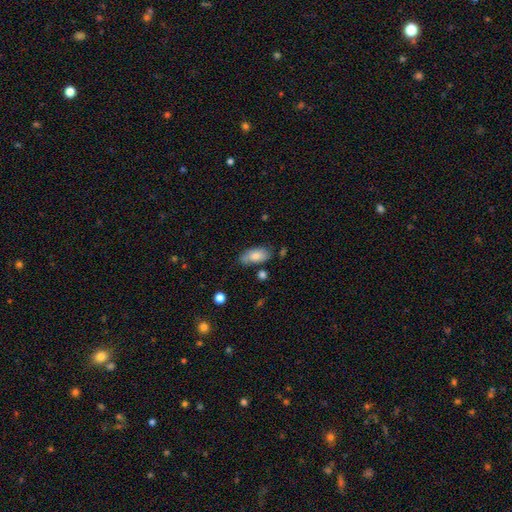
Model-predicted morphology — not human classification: This appears to be a smooth galaxy with no disk features (78%) that is in between round and cigar-shaped (90%). Merging: none (66%).